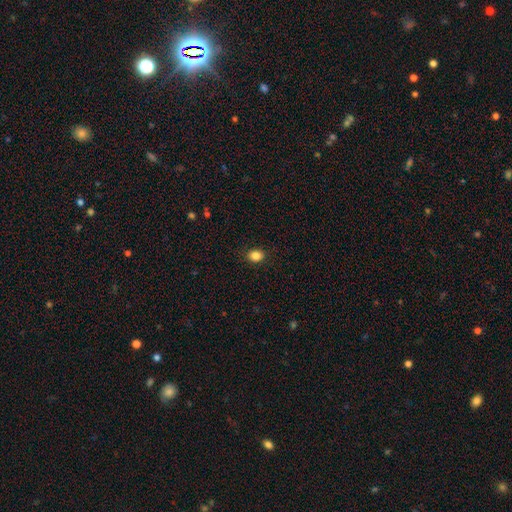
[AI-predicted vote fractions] smooth 85%, star or artifact 10%, featured or disk 4%. Down the decision tree: how rounded — in between (50%); merging — none (89%).